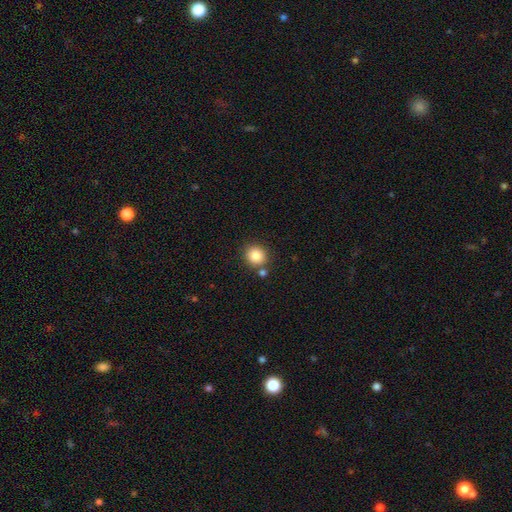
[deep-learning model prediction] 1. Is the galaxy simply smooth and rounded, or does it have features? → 86% smooth, 9% star or artifact, 5% featured or disk.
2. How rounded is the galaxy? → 84% round, 15% in between, 1% cigar-shaped.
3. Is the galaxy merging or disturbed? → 79% none, 10% merger, 9% minor disturbance, 3% major disturbance.